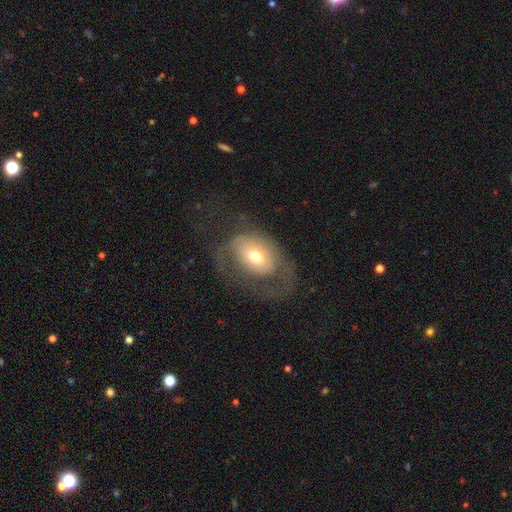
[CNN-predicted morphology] Q: Smooth or featured?
A: featured or disk (51%); runner-up: smooth (41%)
Q: Edge-on disk?
A: no (94%); runner-up: yes (6%)
Q: Merging?
A: major disturbance (43%); runner-up: none (36%)